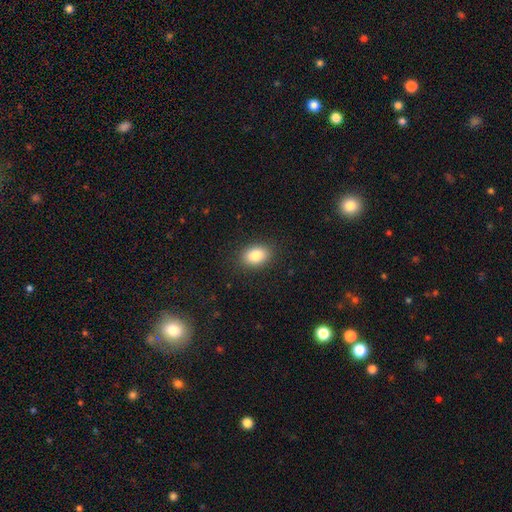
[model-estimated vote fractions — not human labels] Q: Smooth or featured?
A: smooth (84%); runner-up: star or artifact (9%)
Q: How rounded?
A: in between (79%); runner-up: round (20%)
Q: Merging?
A: none (88%); runner-up: minor disturbance (8%)